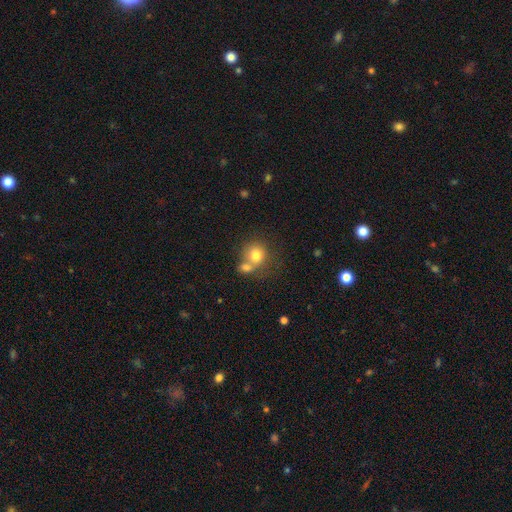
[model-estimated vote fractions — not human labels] smooth 77%, featured or disk 12%, star or artifact 10%. Down the decision tree: how rounded — round (81%); merging — merger (46%).